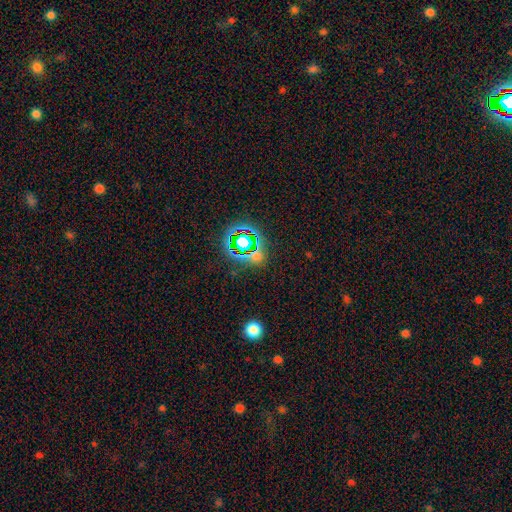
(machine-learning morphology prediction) type=star or artifact (61%).